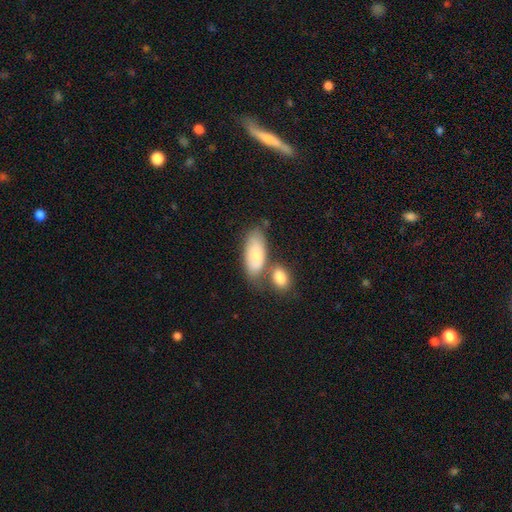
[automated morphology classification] This appears to be a smooth galaxy with no disk features (73%) that is in between round and cigar-shaped (87%). Merging: none (49%).